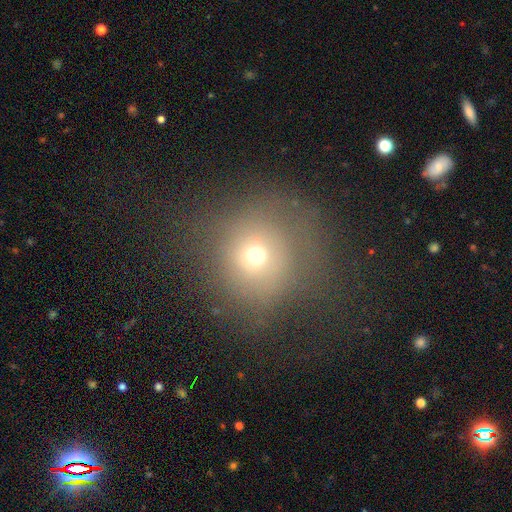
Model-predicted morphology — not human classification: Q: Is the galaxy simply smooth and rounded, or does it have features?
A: smooth — 64%.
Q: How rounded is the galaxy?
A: round — 91%.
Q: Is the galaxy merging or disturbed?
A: none — 68%.